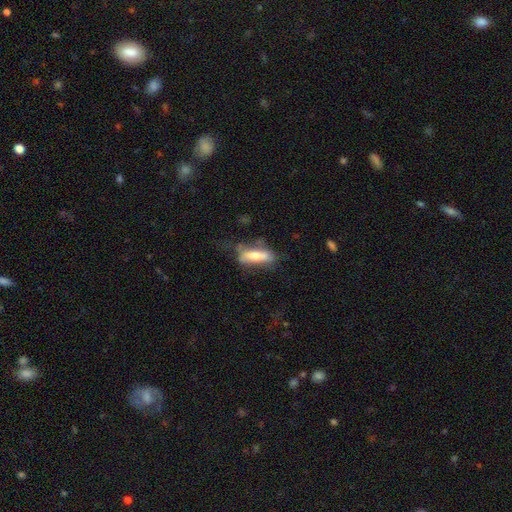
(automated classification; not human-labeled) Smooth or featured: smooth — 62% (featured or disk — 31%)
How rounded: cigar-shaped — 51% (in between — 47%)
Merging: none — 49% (minor disturbance — 28%)